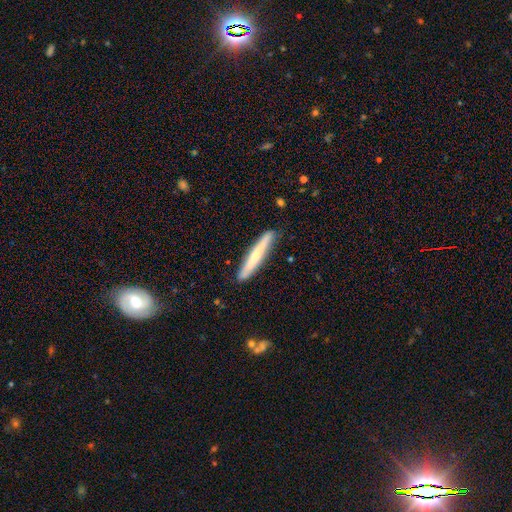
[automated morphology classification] This is possibly a smooth galaxy (56%). How rounded: clearly cigar-shaped (95%). Merging: clearly none (88%).